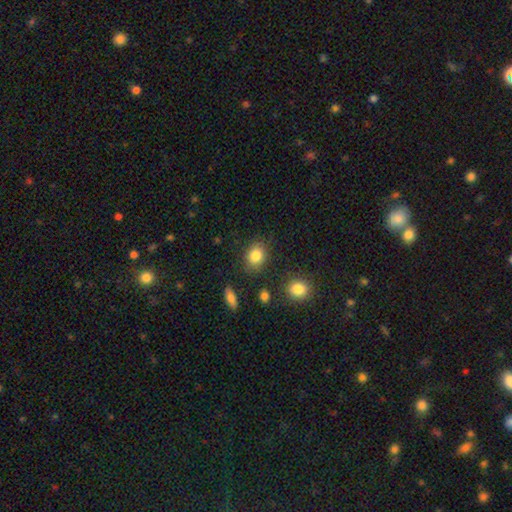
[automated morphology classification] The model was most divided on "how rounded": round: 53%, in between: 46%, cigar-shaped: 1%. More confident: smooth or featured — smooth (84%); merging — none (79%).